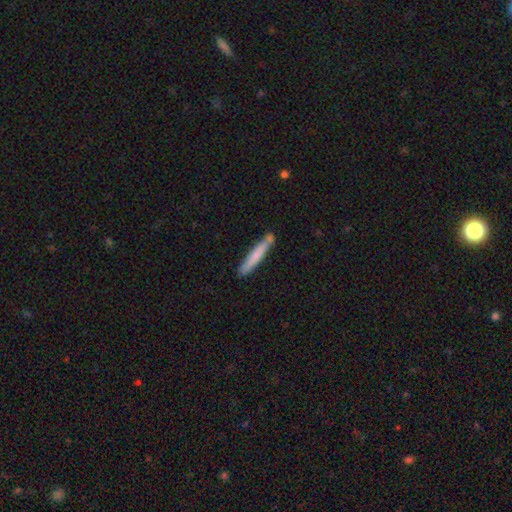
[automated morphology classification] smooth_or_featured: smooth (p=0.73) [alt: featured or disk p=0.22]
how_rounded: cigar-shaped (p=0.95) [alt: in between p=0.04]
merging: none (p=0.73) [alt: minor disturbance p=0.14]